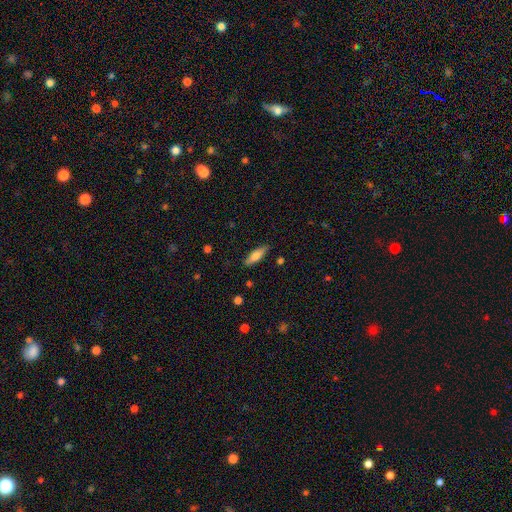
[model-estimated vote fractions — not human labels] The model was most divided on "how rounded": in between: 50%, cigar-shaped: 48%, round: 2%. More confident: merging — none (84%); smooth or featured — smooth (71%).